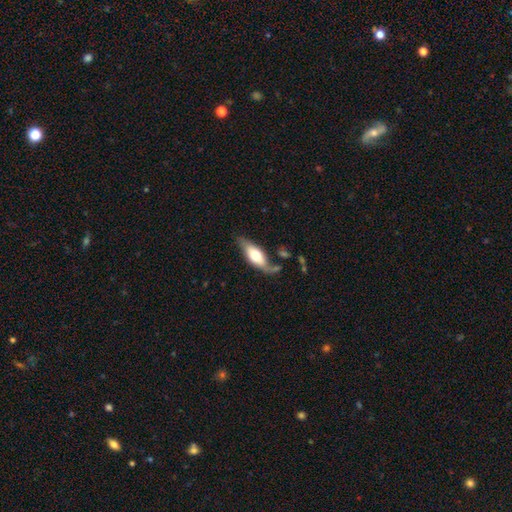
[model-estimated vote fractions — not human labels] Smooth or featured? Predicted: smooth (p=0.53). How rounded? Predicted: in between (p=0.77). Merging? Predicted: none (p=0.50).